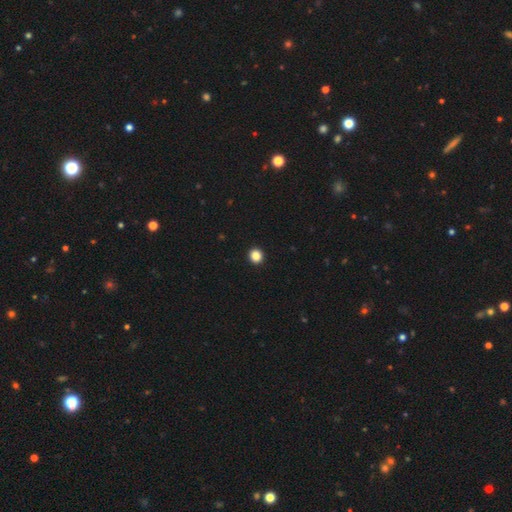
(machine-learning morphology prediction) Smooth or featured? smooth (86%)
How rounded? round (91%)
Merging? none (94%)